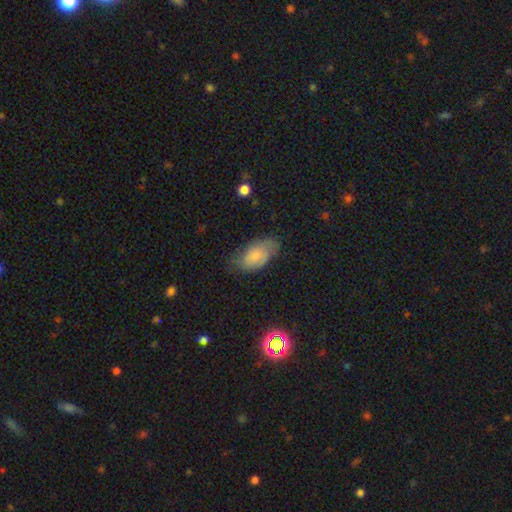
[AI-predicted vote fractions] A smooth galaxy with no disk features (65%) that is in between round and cigar-shaped (93%).

Vote fractions:
- Smooth or featured? smooth: 65% / featured or disk: 27% / star or artifact: 8%
- How rounded? in between: 93% / round: 4% / cigar-shaped: 3%
- Merging? none: 61% / minor disturbance: 29% / major disturbance: 9% / merger: 2%